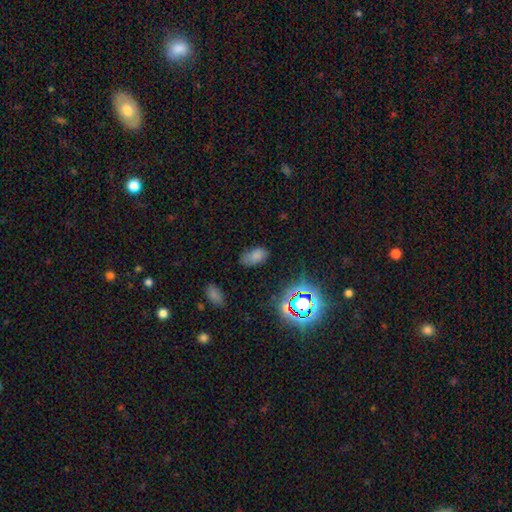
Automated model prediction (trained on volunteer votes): smooth_or_featured: smooth (p=0.72) [alt: star or artifact p=0.18]
how_rounded: in between (p=0.93) [alt: round p=0.05]
merging: none (p=0.67) [alt: minor disturbance p=0.23]